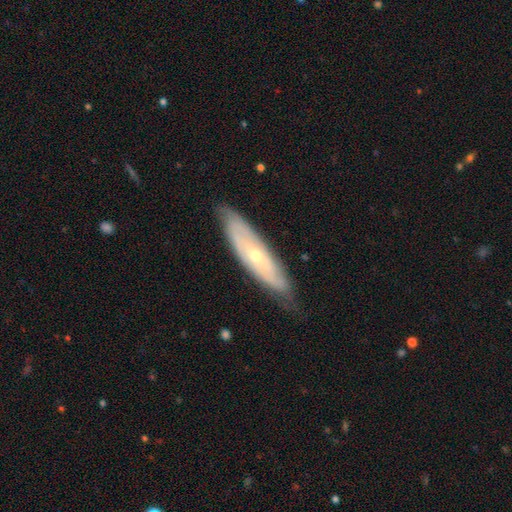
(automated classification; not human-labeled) The model was most divided on "edge-on disk": no: 66%, yes: 34%. More confident: merging — none (77%); smooth or featured — featured or disk (68%).